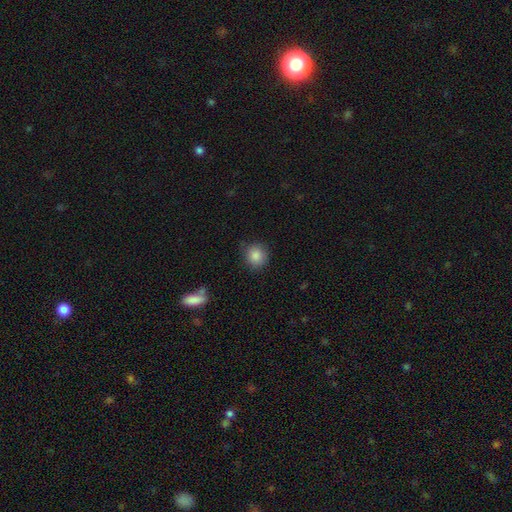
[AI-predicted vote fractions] Morphology: type=smooth (86%); roundness=round (86%); merging=none (84%).